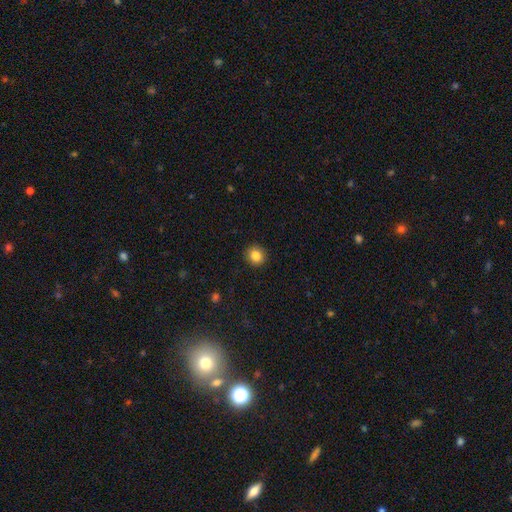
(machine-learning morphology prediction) Q: Smooth or featured?
A: smooth (85%); runner-up: star or artifact (10%)
Q: How rounded?
A: round (88%); runner-up: in between (11%)
Q: Merging?
A: none (92%); runner-up: minor disturbance (6%)